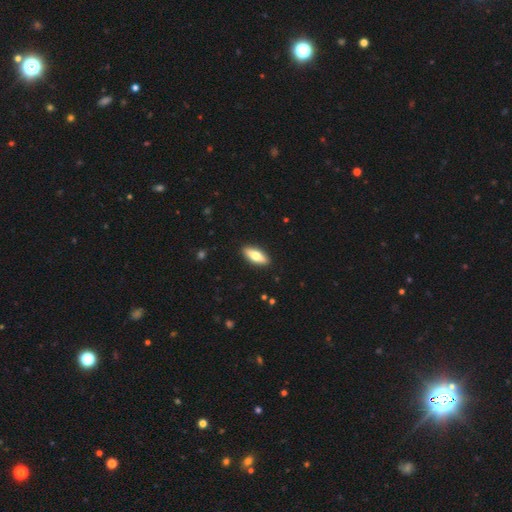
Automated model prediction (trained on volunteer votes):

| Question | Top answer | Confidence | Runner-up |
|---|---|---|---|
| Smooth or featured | smooth | 66% | featured or disk (28%) |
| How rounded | in between | 66% | cigar-shaped (32%) |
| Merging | none | 90% | minor disturbance (7%) |